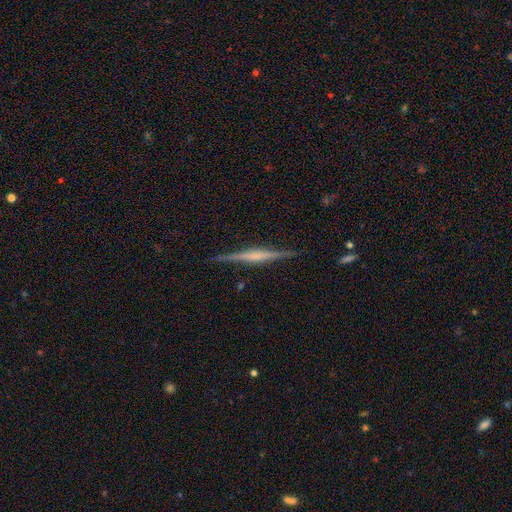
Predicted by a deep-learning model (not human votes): Smooth or featured?
  - featured or disk: 79% *
  - smooth: 15%
  - star or artifact: 6%
Edge-on disk?
  - yes: 98% *
  - no: 2%
Edge-on bulge?
  - rounded: 45% *
  - boxy: 33%
  - none: 22%
Merging?
  - none: 90% *
  - minor disturbance: 7%
  - major disturbance: 2%
  - merger: 1%